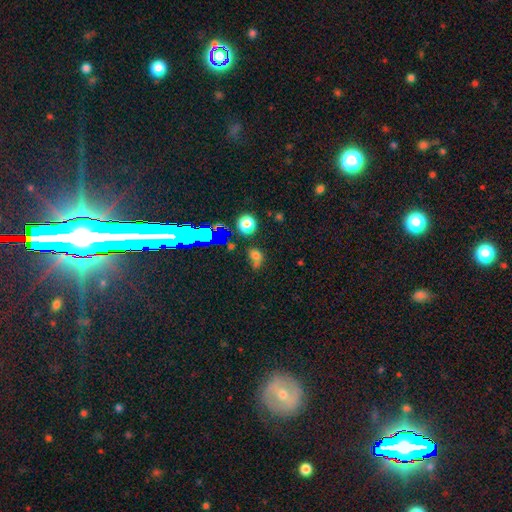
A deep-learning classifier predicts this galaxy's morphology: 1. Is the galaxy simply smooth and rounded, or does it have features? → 62% smooth, 25% star or artifact, 13% featured or disk.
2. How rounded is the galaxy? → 49% round, 48% in between, 2% cigar-shaped.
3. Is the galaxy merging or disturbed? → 46% none, 23% minor disturbance, 16% major disturbance, 14% merger.